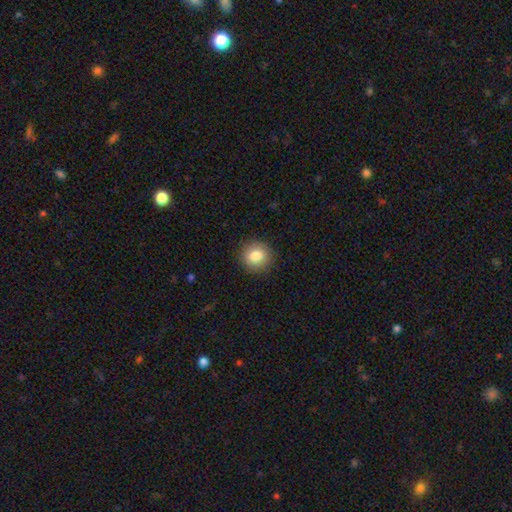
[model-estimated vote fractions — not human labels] Smooth or featured? smooth (84%)
How rounded? round (90%)
Merging? none (91%)